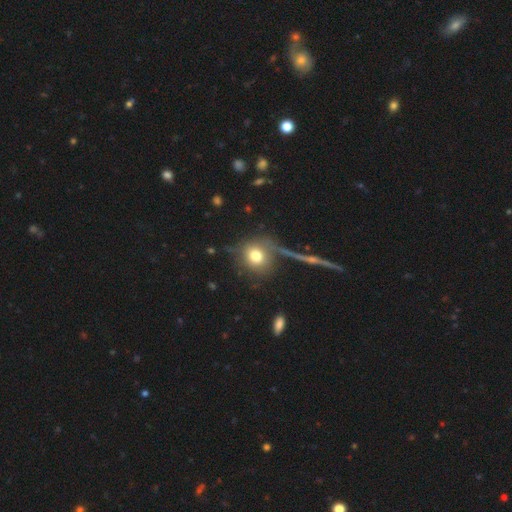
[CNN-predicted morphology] smooth_or_featured: smooth (p=0.74) [alt: featured or disk p=0.14]
how_rounded: round (p=0.85) [alt: in between p=0.13]
merging: none (p=0.68) [alt: minor disturbance p=0.15]